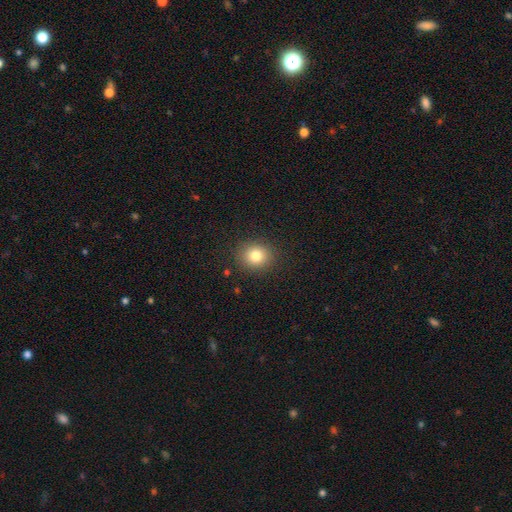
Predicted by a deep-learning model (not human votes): A smooth galaxy with no disk features (80%) that is round (78%). Merging: none (88%).